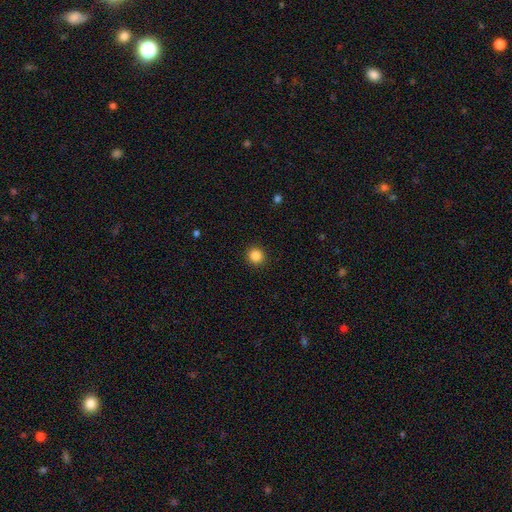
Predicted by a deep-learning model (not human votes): A smooth galaxy with no disk features (86%) that is round (94%). Merging: none (93%).